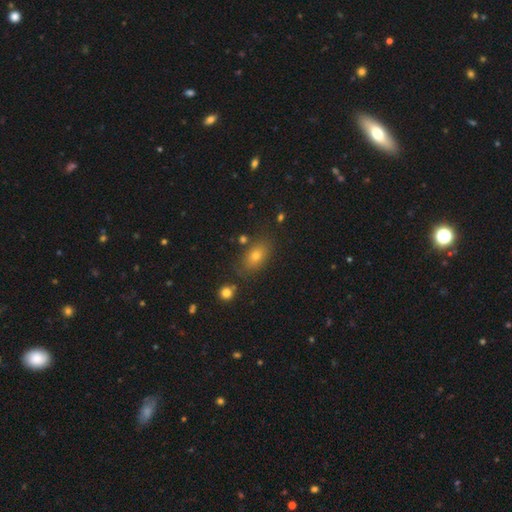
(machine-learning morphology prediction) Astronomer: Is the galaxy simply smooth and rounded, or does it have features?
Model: smooth — 70%.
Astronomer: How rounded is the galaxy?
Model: in between — 81%.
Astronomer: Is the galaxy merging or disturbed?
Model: none — 79%.